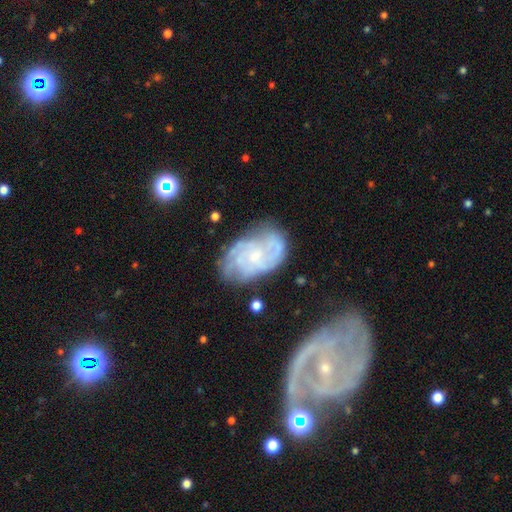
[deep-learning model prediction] Smooth or featured? Predicted: featured or disk (p=0.78). Edge-on disk? Predicted: no (p=0.96). Bar? Predicted: no (p=0.73). Spiral arms? Predicted: yes (p=0.91). Spiral winding? Predicted: tight (p=0.56). Spiral arm count? Predicted: can't tell (p=0.39). Bulge size? Predicted: small (p=0.72). Merging? Predicted: none (p=0.63).